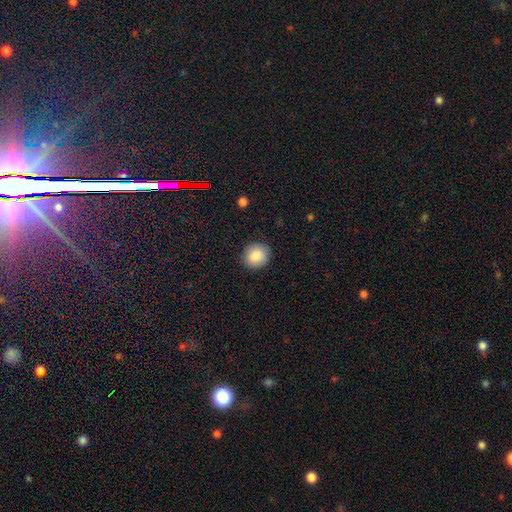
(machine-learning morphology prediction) Smooth or featured?
  - smooth: 87% *
  - star or artifact: 8%
  - featured or disk: 5%
How rounded?
  - round: 80% *
  - in between: 19%
  - cigar-shaped: 1%
Merging?
  - none: 89% *
  - minor disturbance: 8%
  - major disturbance: 2%
  - merger: 1%